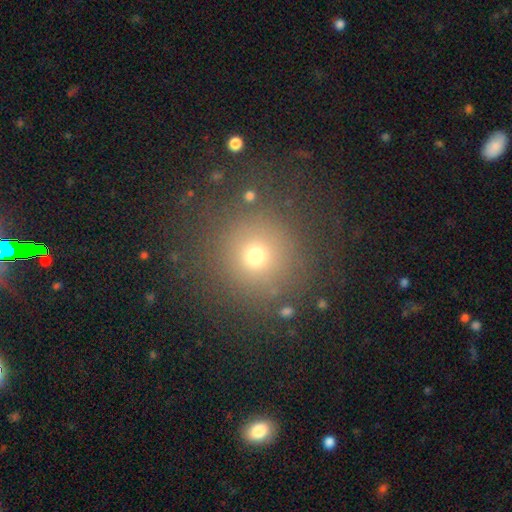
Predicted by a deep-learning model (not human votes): smooth 68%, star or artifact 22%, featured or disk 10%. Down the decision tree: how rounded — round (94%); merging — none (83%).